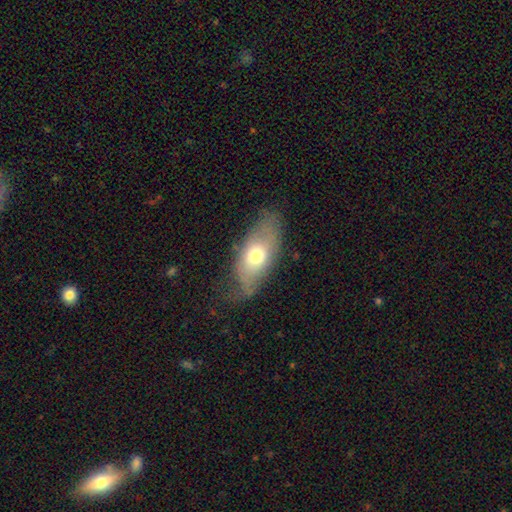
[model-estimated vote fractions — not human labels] Morphology: type=smooth (60%); roundness=in between (86%); merging=none (57%).